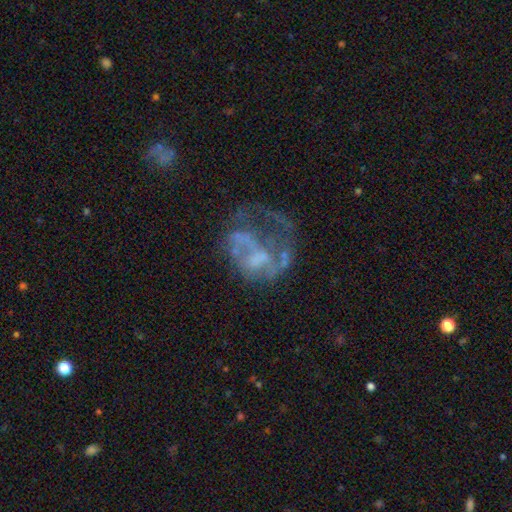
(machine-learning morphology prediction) featured or disk 67%, smooth 18%, star or artifact 15%. Down the decision tree: edge-on disk — no (98%); bar — no (79%); spiral arms — no (67%); bulge size — none (57%); merging — major disturbance (47%).